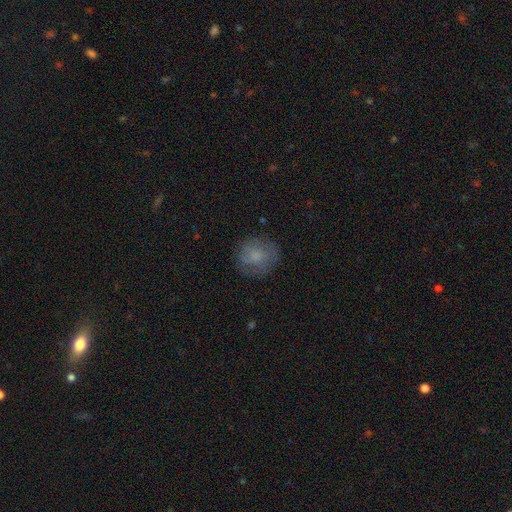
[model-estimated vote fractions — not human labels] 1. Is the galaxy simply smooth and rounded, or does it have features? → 70% smooth, 21% featured or disk, 9% star or artifact.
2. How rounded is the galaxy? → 84% round, 15% in between, 1% cigar-shaped.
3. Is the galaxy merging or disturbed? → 76% none, 16% minor disturbance, 7% major disturbance, 1% merger.